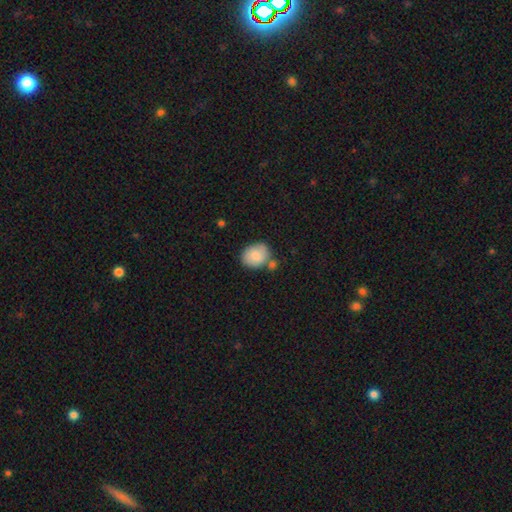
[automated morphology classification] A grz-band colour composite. It shows a smooth galaxy with no disk features (83%) that is round (55%). Merging: none (62%).